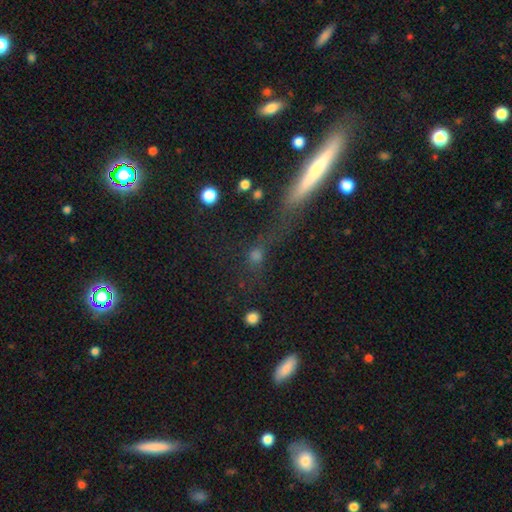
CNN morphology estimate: This is possibly a smooth galaxy (56%). How rounded: possibly round (54%). Merging: possibly none (51%).